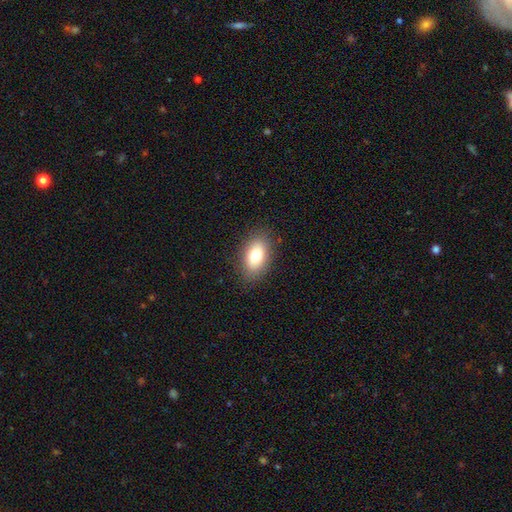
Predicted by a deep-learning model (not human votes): This appears to be a smooth galaxy with no disk features (77%) that is in between round and cigar-shaped (90%). Merging: none (86%).